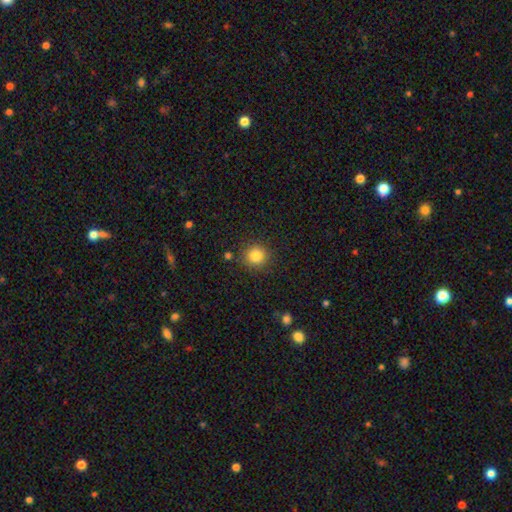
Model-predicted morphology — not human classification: Q: Smooth or featured?
A: smooth (84%); runner-up: star or artifact (11%)
Q: How rounded?
A: round (92%); runner-up: in between (7%)
Q: Merging?
A: none (87%); runner-up: minor disturbance (8%)